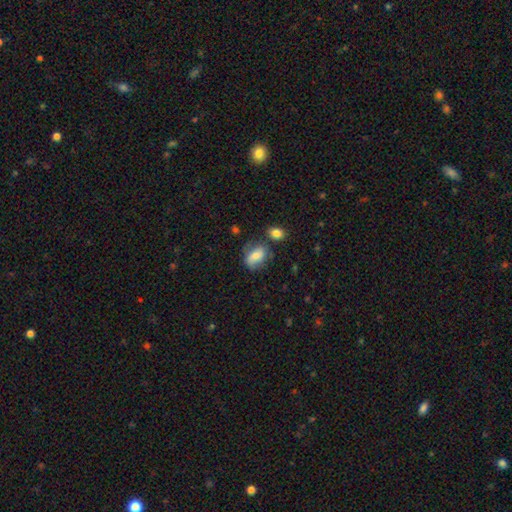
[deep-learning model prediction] Smooth or featured? smooth (66%)
How rounded? in between (79%)
Merging? none (57%)